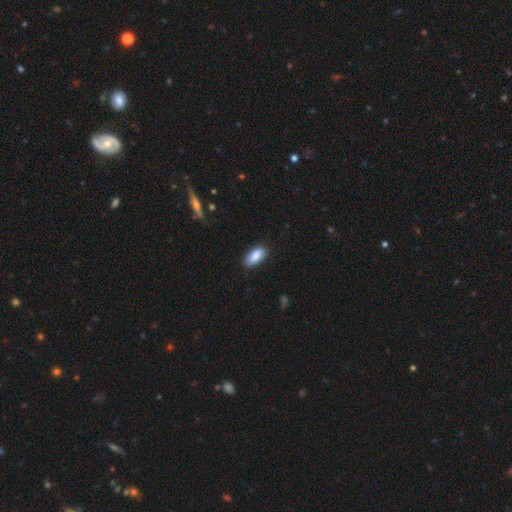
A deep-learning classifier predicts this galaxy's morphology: This appears to be a smooth galaxy with no disk features (87%) that is in between round and cigar-shaped (89%). Merging: none (82%).